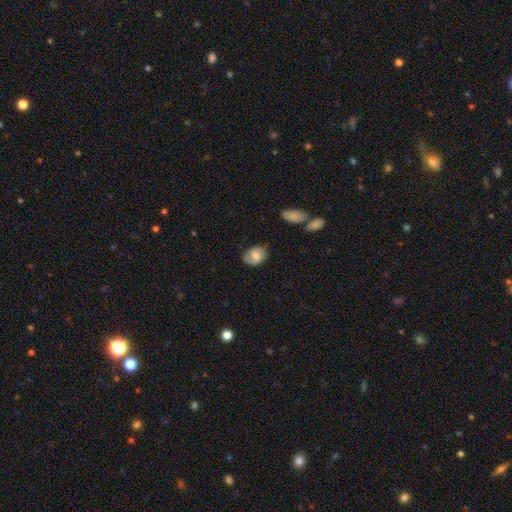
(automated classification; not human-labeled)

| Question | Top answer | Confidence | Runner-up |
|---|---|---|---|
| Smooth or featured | smooth | 69% | featured or disk (24%) |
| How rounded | in between | 64% | round (35%) |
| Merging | none | 70% | minor disturbance (23%) |